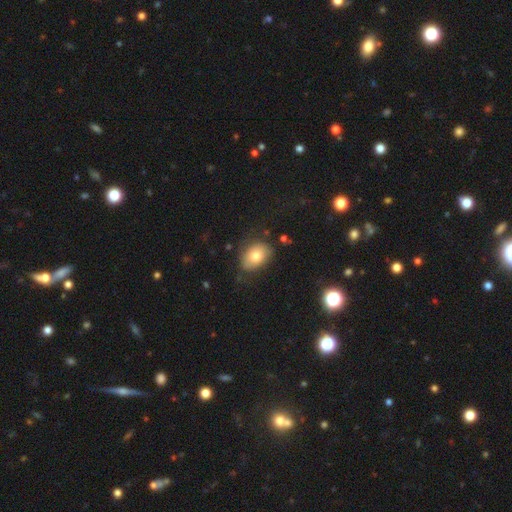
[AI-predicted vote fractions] Smooth or featured? Predicted: smooth (p=0.76). How rounded? Predicted: in between (p=0.75). Merging? Predicted: none (p=0.71).